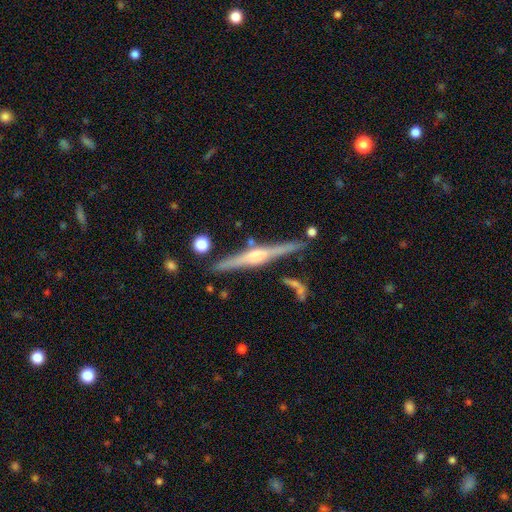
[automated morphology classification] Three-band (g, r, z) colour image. It shows a featured or disk galaxy (82%) viewed edge-on (98%) with a rounded central bulge (80%). Merging: none (85%).